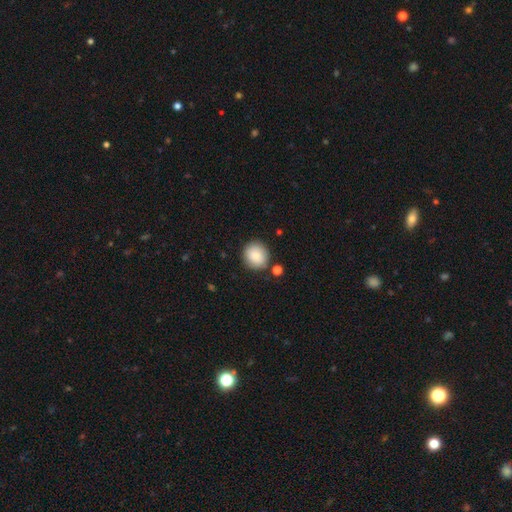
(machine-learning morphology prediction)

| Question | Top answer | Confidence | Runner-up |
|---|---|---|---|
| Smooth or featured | smooth | 87% | star or artifact (7%) |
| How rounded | round | 85% | in between (14%) |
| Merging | none | 81% | minor disturbance (11%) |